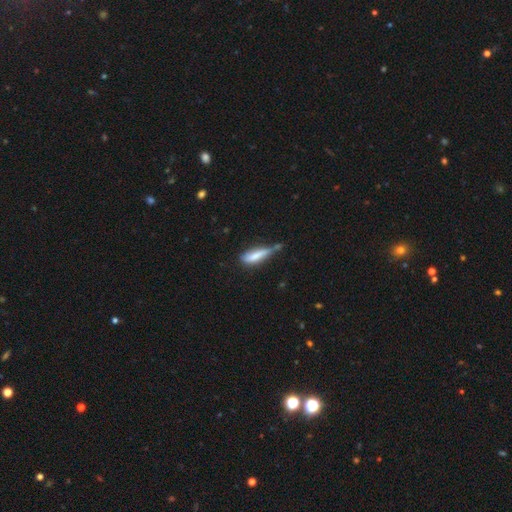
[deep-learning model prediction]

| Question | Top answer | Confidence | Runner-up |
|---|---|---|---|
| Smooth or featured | smooth | 72% | featured or disk (21%) |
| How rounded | cigar-shaped | 64% | in between (34%) |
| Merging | minor disturbance | 36% | none (30%) |